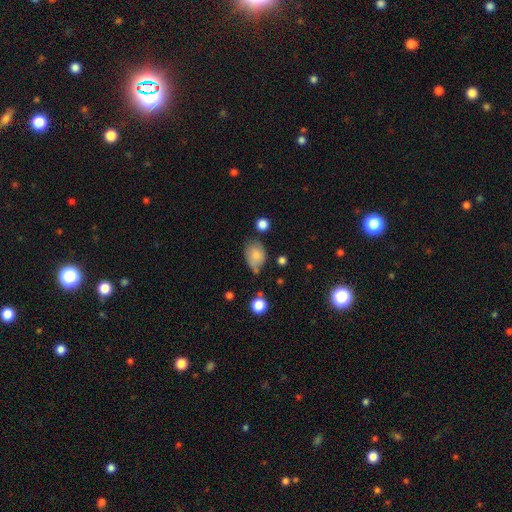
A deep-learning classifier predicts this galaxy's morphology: The model was most divided on "merging": none: 48%, minor disturbance: 35%, major disturbance: 10%, merger: 8%. More confident: smooth or featured — smooth (80%); how rounded — in between (71%).